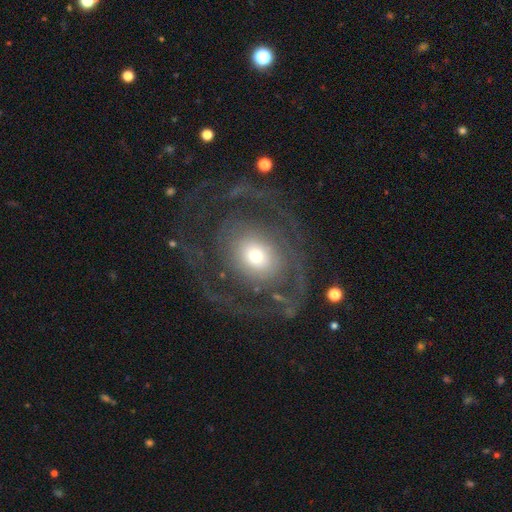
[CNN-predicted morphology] The model was most divided on "bulge size": small: 45%, moderate: 40%, large: 10%, dominant: 3%, none: 1%. Remaining: edge-on disk — no (96%); spiral arms — yes (85%); smooth or featured — featured or disk (79%); bar — no (79%); merging — none (63%); spiral winding — tight (42%); spiral arm count — 2 (39%).